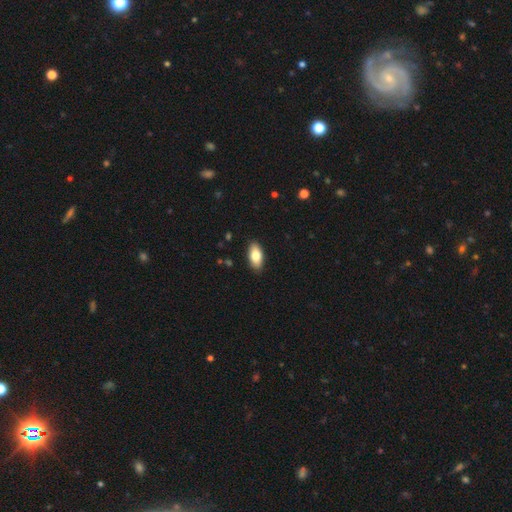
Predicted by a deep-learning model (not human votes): A smooth galaxy with no disk features (80%) that is in between round and cigar-shaped (90%).

Vote fractions:
- Smooth or featured? smooth: 80% / featured or disk: 13% / star or artifact: 6%
- How rounded? in between: 90% / cigar-shaped: 7% / round: 3%
- Merging? none: 89% / minor disturbance: 8% / major disturbance: 2% / merger: 1%